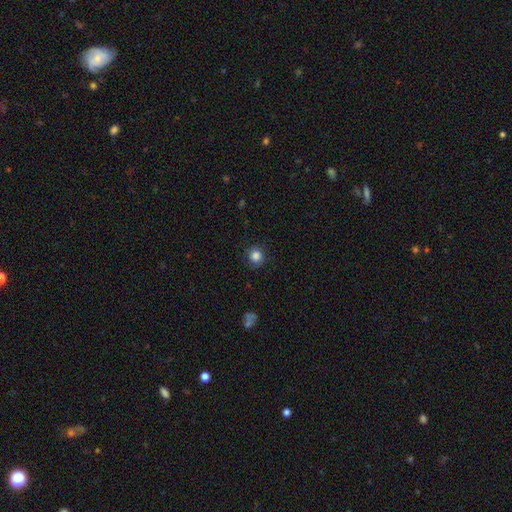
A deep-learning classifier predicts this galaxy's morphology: Smooth or featured: smooth — 85% (star or artifact — 10%)
How rounded: round — 89% (in between — 10%)
Merging: none — 84% (minor disturbance — 11%)